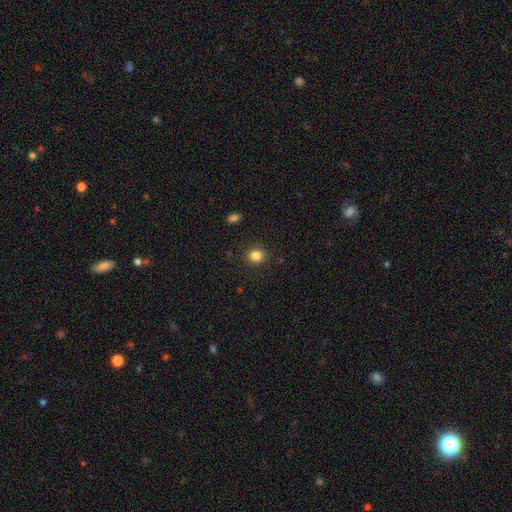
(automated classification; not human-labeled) Smooth or featured? Predicted: smooth (p=0.84). How rounded? Predicted: round (p=0.82). Merging? Predicted: none (p=0.89).